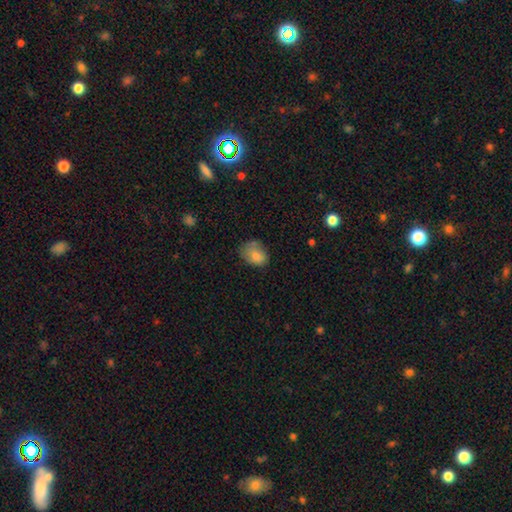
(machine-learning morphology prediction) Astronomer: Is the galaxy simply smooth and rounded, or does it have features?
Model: smooth — 77%.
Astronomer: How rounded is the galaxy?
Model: in between — 65%.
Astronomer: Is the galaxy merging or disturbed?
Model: none — 49% (runner-up: minor disturbance, 33%).